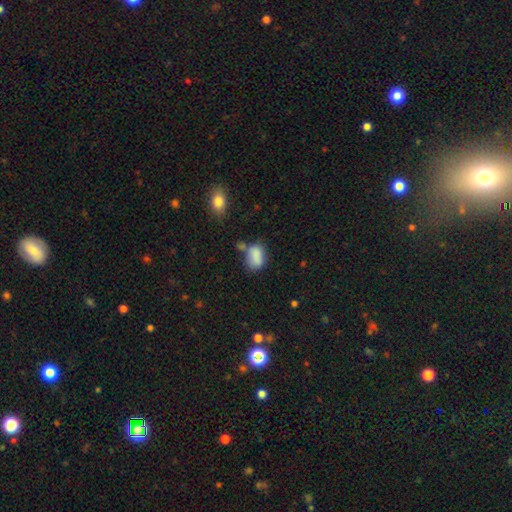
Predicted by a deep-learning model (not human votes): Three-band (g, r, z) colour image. It shows a smooth galaxy with no disk features (82%) that is in between round and cigar-shaped (84%). Merging: none (47%).